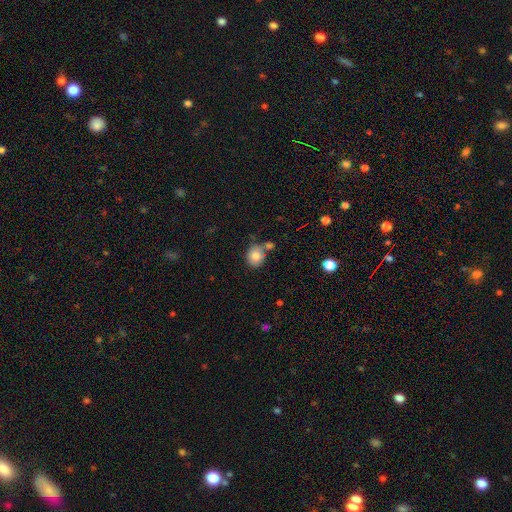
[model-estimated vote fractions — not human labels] The model was most divided on "how rounded": round: 70%, in between: 29%, cigar-shaped: 1%. More confident: smooth or featured — smooth (81%); merging — none (64%).